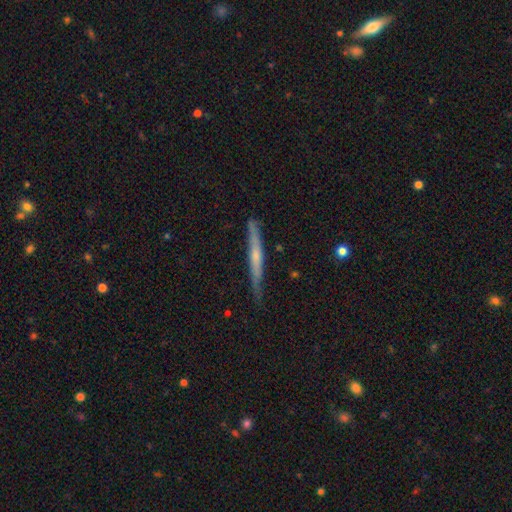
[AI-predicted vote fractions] Smooth or featured?
  - featured or disk: 58% *
  - smooth: 37%
  - star or artifact: 6%
Edge-on disk?
  - yes: 95% *
  - no: 5%
Edge-on bulge?
  - none: 50% *
  - rounded: 41%
  - boxy: 8%
Merging?
  - none: 80% *
  - minor disturbance: 16%
  - major disturbance: 2%
  - merger: 2%